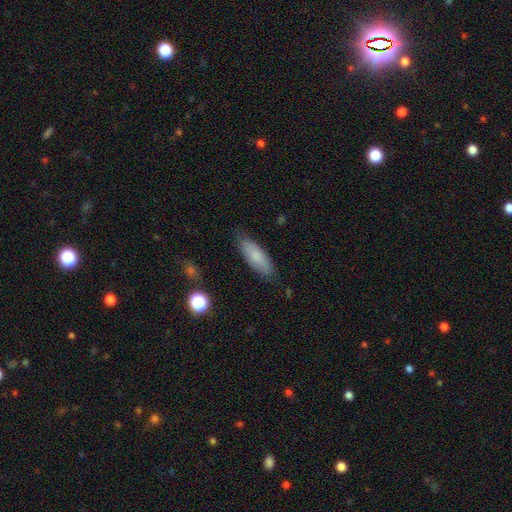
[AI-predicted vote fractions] Smooth or featured?
  - smooth: 80% *
  - featured or disk: 14%
  - star or artifact: 7%
How rounded?
  - in between: 63% *
  - cigar-shaped: 35%
  - round: 2%
Merging?
  - none: 83% *
  - minor disturbance: 13%
  - major disturbance: 3%
  - merger: 1%